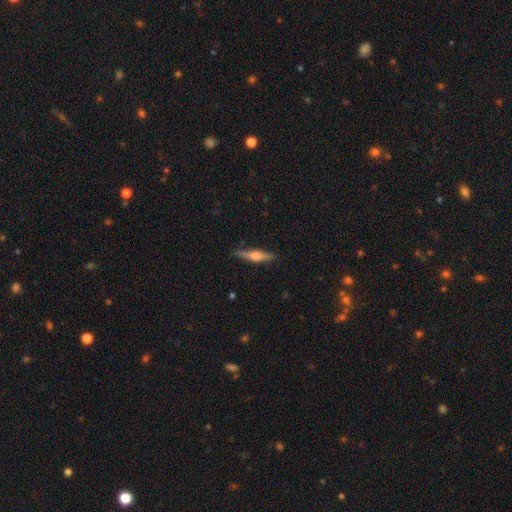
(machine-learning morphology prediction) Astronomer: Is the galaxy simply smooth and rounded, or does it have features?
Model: featured or disk — 53% (runner-up: smooth, 41%).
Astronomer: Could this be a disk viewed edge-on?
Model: yes — 96%.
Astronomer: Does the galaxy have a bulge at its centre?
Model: rounded — 88%.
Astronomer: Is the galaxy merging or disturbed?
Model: none — 88%.